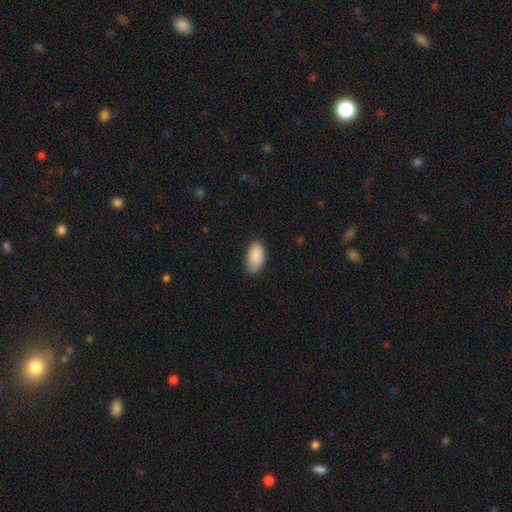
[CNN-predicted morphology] This appears to be a smooth galaxy with no disk features (88%) that is in between round and cigar-shaped (95%). Merging: none (70%).